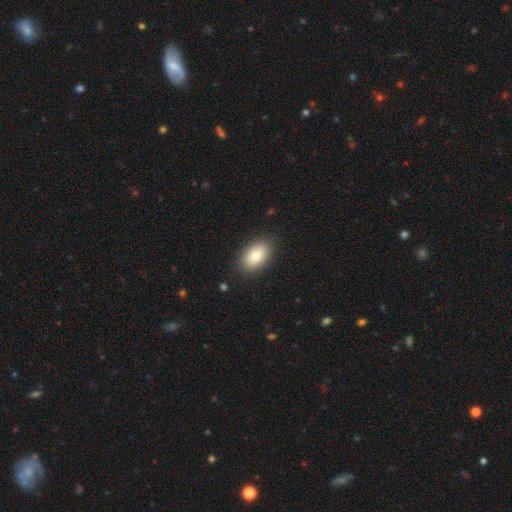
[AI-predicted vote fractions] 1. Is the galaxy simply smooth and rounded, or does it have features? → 84% smooth, 9% featured or disk, 8% star or artifact.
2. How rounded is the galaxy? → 90% in between, 8% round, 1% cigar-shaped.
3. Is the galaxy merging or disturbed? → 87% none, 9% minor disturbance, 3% major disturbance, 1% merger.